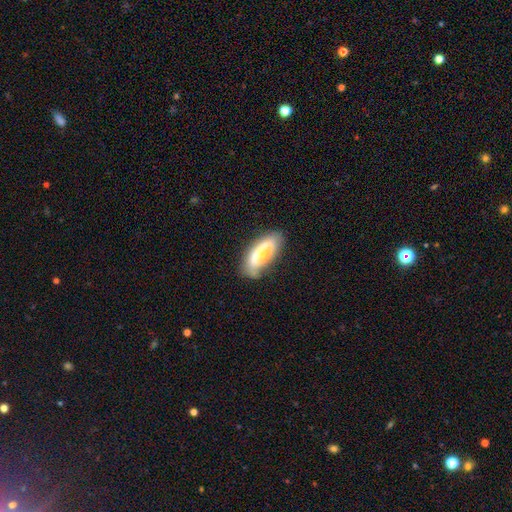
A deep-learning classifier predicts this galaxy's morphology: A smooth galaxy with no disk features (62%) that is in between round and cigar-shaped (67%). Merging: none (59%).